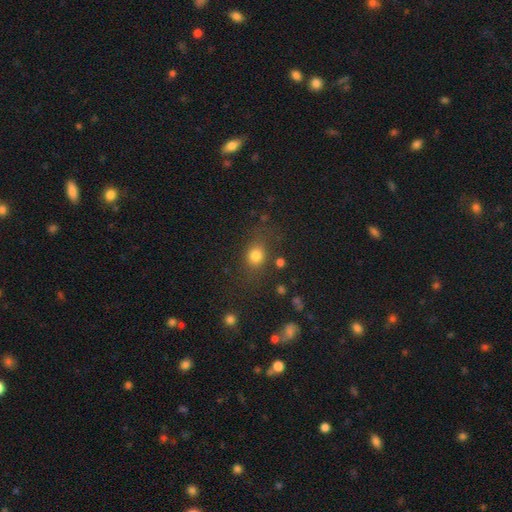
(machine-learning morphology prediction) Smooth or featured?
  - smooth: 78% *
  - star or artifact: 14%
  - featured or disk: 8%
How rounded?
  - round: 59% *
  - in between: 39%
  - cigar-shaped: 2%
Merging?
  - none: 73% *
  - minor disturbance: 14%
  - major disturbance: 8%
  - merger: 5%